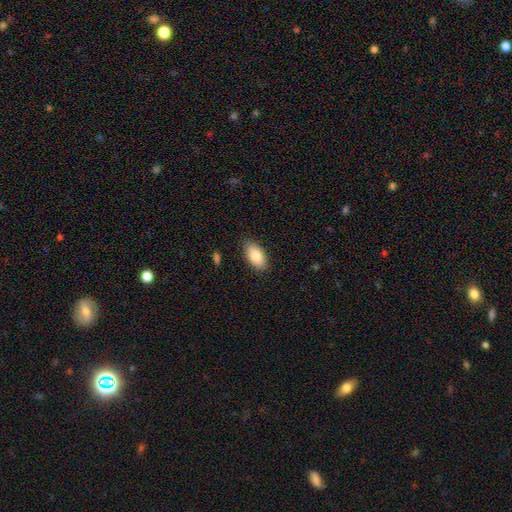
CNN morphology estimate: Smooth or featured: smooth — 85% (featured or disk — 9%)
How rounded: in between — 93% (cigar-shaped — 4%)
Merging: none — 86% (minor disturbance — 11%)